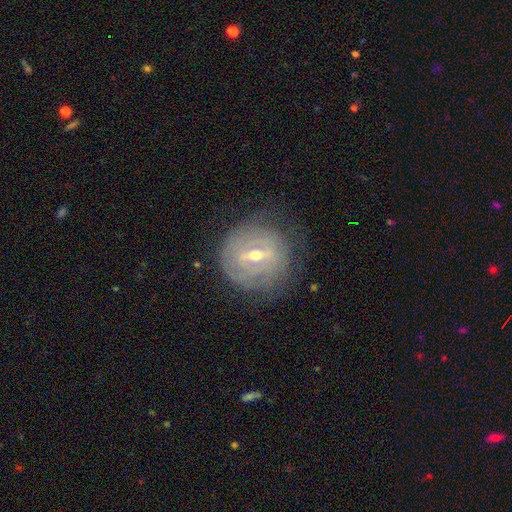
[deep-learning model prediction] Smooth or featured?
  - featured or disk: 76% *
  - smooth: 16%
  - star or artifact: 8%
Edge-on disk?
  - no: 93% *
  - yes: 7%
Bar?
  - weak: 46% *
  - strong: 42%
  - no: 13%
Spiral arms?
  - yes: 68% *
  - no: 32%
Bulge size?
  - moderate: 53% *
  - small: 43%
  - large: 2%
  - none: 1%
  - dominant: 1%
Merging?
  - none: 74% *
  - minor disturbance: 17%
  - major disturbance: 8%
  - merger: 1%